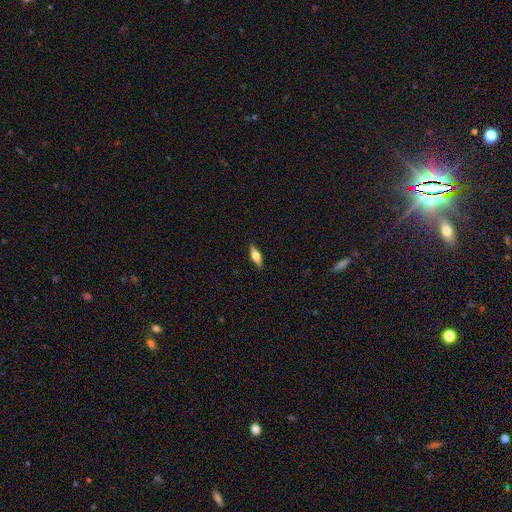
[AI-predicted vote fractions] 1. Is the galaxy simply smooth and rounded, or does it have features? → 49% featured or disk, 44% smooth, 7% star or artifact.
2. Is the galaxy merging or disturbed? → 89% none, 8% minor disturbance, 2% major disturbance, 1% merger.